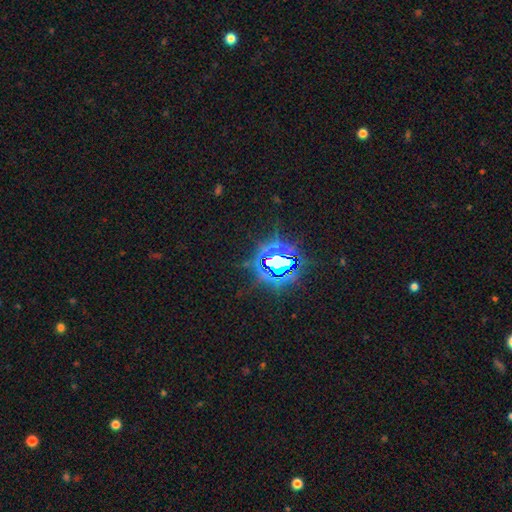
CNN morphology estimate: A star or artifact, not a galaxy (86%).

Vote fractions:
- Smooth or featured? star or artifact: 86% / smooth: 9% / featured or disk: 5%